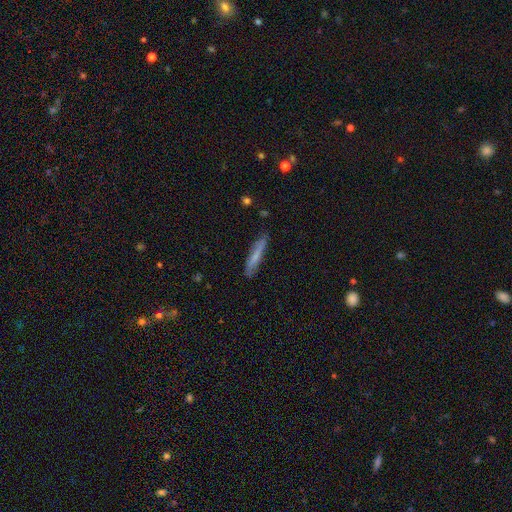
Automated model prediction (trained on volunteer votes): Smooth or featured? Predicted: smooth (p=0.65). How rounded? Predicted: cigar-shaped (p=0.91). Merging? Predicted: none (p=0.81).